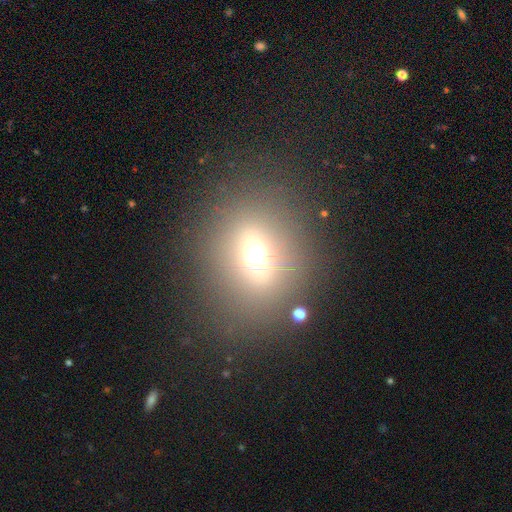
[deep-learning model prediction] Q: Smooth or featured?
A: smooth (59%); runner-up: star or artifact (24%)
Q: How rounded?
A: round (68%); runner-up: in between (30%)
Q: Merging?
A: none (83%); runner-up: minor disturbance (8%)